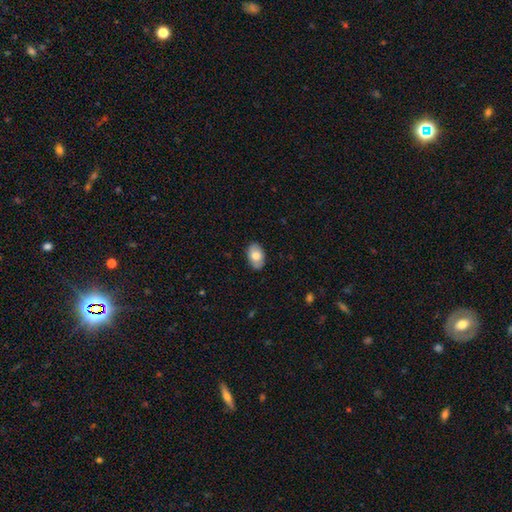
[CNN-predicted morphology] A smooth galaxy with no disk features (76%) that is in between round and cigar-shaped (90%).

Vote fractions:
- Smooth or featured? smooth: 76% / featured or disk: 18% / star or artifact: 7%
- How rounded? in between: 90% / round: 8% / cigar-shaped: 1%
- Merging? none: 87% / minor disturbance: 10% / major disturbance: 2% / merger: 1%